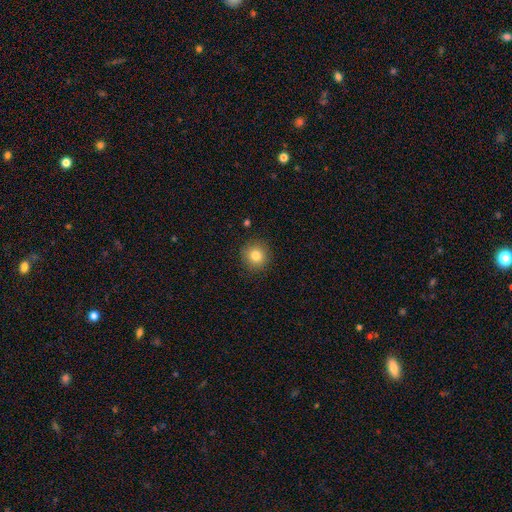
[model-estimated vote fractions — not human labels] A smooth galaxy with no disk features (82%) that is round (94%). Merging: none (90%).